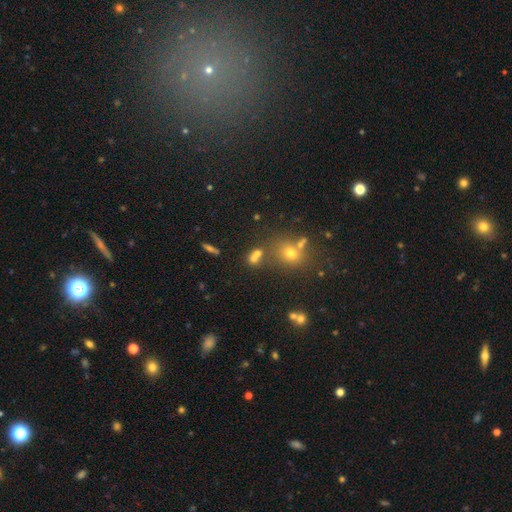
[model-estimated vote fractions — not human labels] Overall: smooth (65%). How rounded: in between (55%; round 40%). Merging: none (47%; merger 36%).